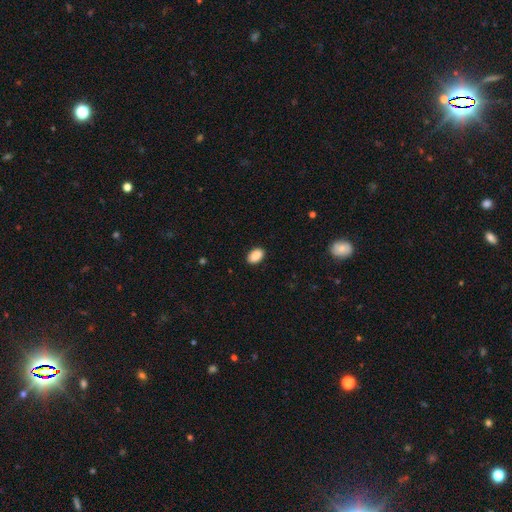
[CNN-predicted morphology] Smooth or featured? Predicted: smooth (p=0.90). How rounded? Predicted: in between (p=0.89). Merging? Predicted: none (p=0.89).